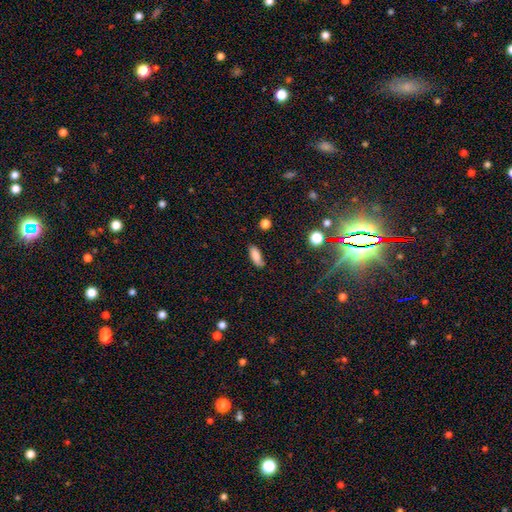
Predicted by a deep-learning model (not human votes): smooth-or-featured: smooth: 82% | featured or disk: 9% | star or artifact: 9%
  how-rounded: in between: 74% | cigar-shaped: 24% | round: 3%
  merging: none: 75% | minor disturbance: 20% | major disturbance: 4% | merger: 2%